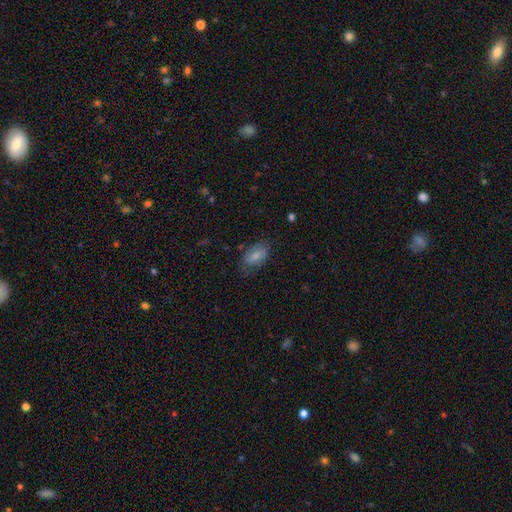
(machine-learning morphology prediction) The model was most divided on "merging": none: 68%, minor disturbance: 23%, major disturbance: 8%, merger: 2%. More confident: how rounded — in between (92%); smooth or featured — smooth (73%).